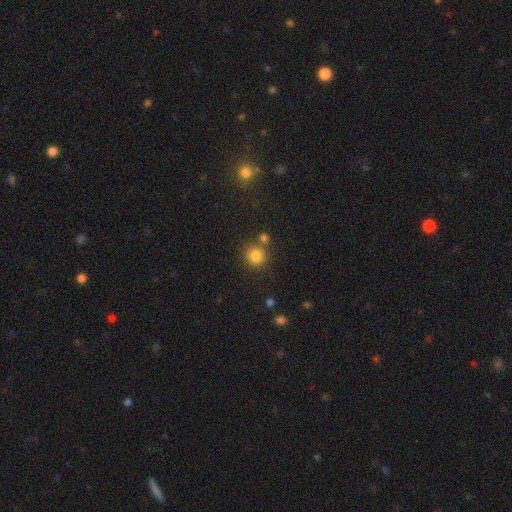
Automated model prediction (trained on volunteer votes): A smooth galaxy with no disk features (82%) that is round (89%). Merging: none (69%).